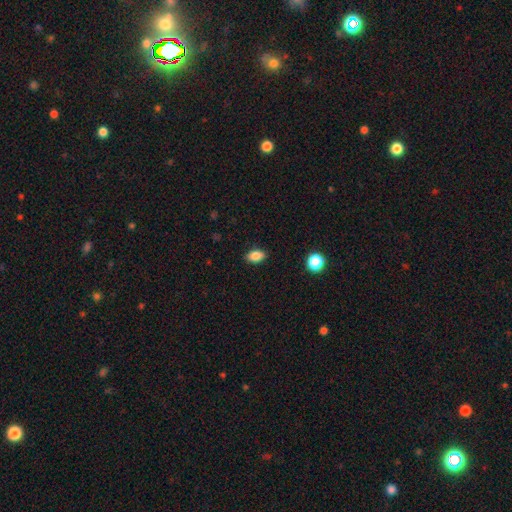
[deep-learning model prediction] Smooth or featured: smooth — 86% (star or artifact — 9%)
How rounded: in between — 84% (round — 14%)
Merging: none — 88% (minor disturbance — 9%)